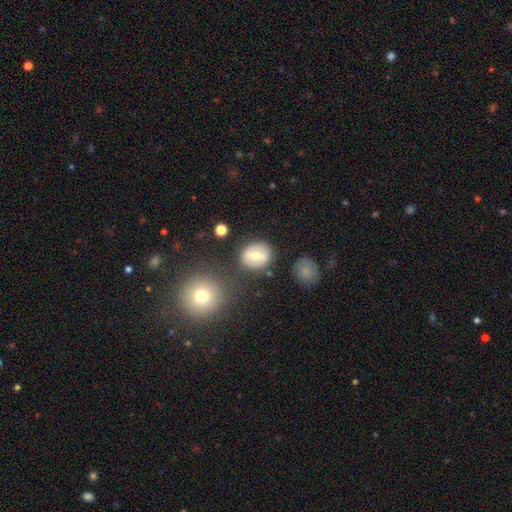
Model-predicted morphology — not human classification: type=smooth (54%); roundness=round (73%); merging=none (78%).